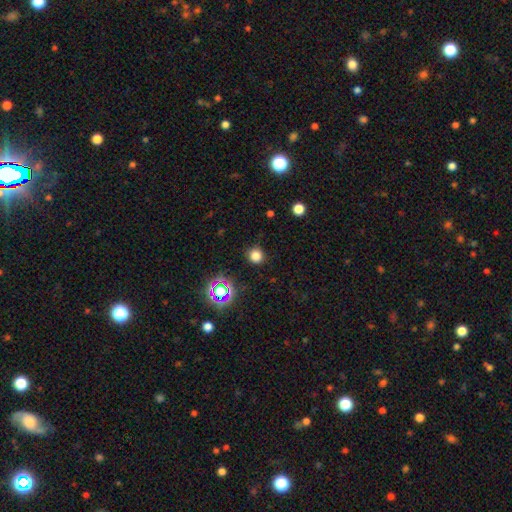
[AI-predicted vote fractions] smooth_or_featured: smooth (p=0.77) [alt: star or artifact p=0.19]
how_rounded: round (p=0.92) [alt: in between p=0.07]
merging: none (p=0.87) [alt: minor disturbance p=0.08]